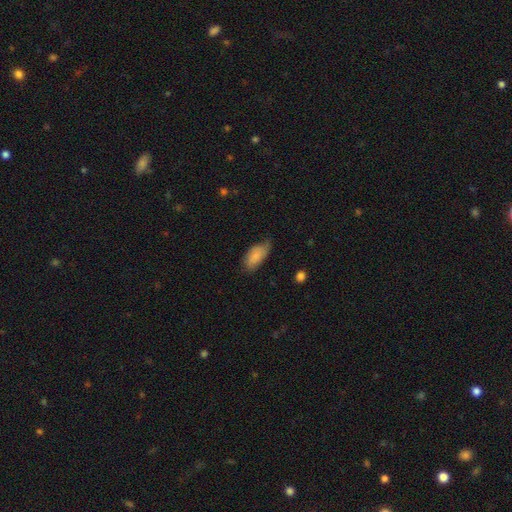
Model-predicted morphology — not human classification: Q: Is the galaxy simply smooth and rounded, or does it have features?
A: smooth — 80%.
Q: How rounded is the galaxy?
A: in between — 91%.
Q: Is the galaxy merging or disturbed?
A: none — 52%.